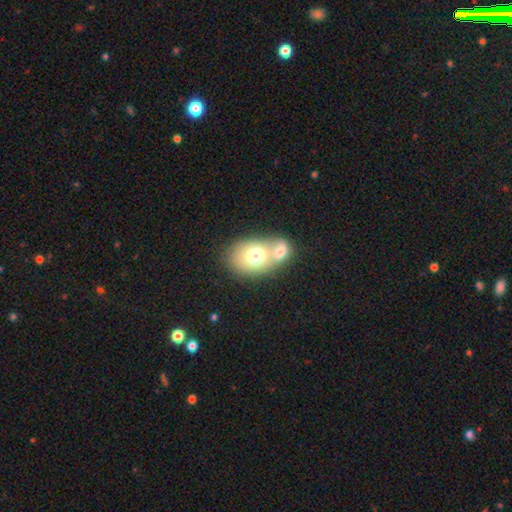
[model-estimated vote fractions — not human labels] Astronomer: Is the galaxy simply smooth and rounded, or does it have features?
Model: smooth — 71%.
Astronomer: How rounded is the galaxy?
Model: in between — 70%.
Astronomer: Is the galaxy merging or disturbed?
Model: merger — 62%.